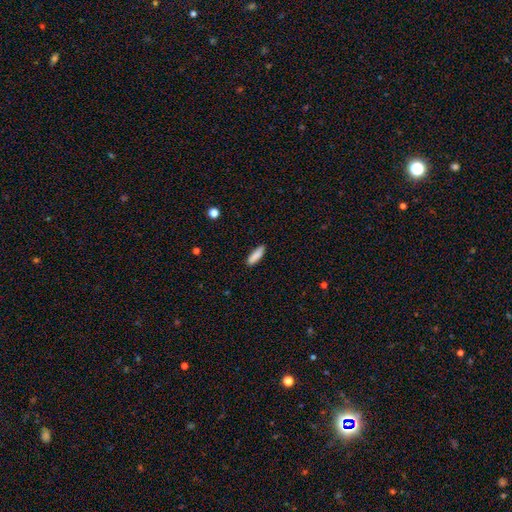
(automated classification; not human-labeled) Smooth or featured? smooth (89%)
How rounded? cigar-shaped (60%)
Merging? none (89%)